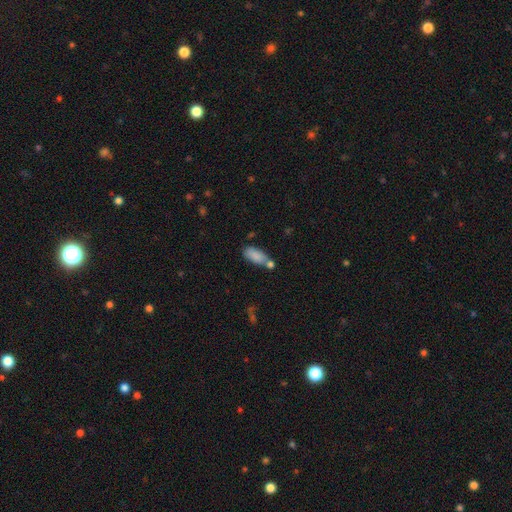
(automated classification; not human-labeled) Overall: smooth (84%). How rounded: in between (85%). Merging: none (53%; merger 26%).